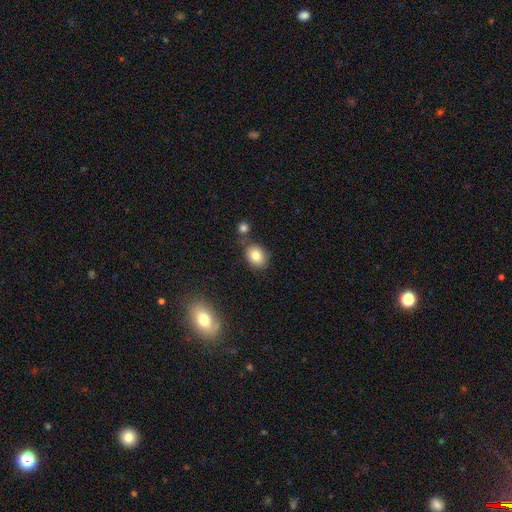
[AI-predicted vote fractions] This is clearly a smooth galaxy (82%). How rounded: possibly in between (57%). Merging: likely none (69%).